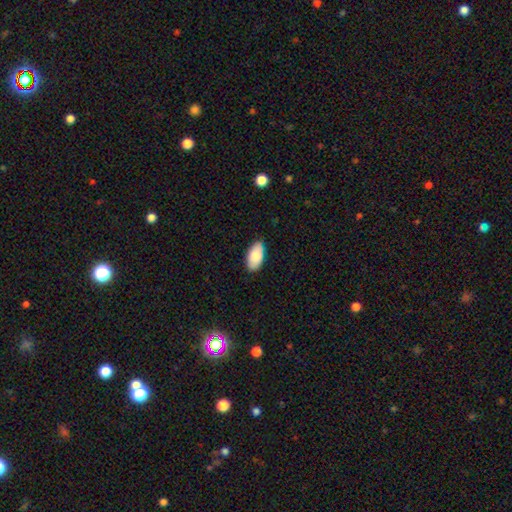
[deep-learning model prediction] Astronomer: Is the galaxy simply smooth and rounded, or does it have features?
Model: smooth — 82%.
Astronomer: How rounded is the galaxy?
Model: in between — 95%.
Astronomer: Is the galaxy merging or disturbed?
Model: none — 83%.